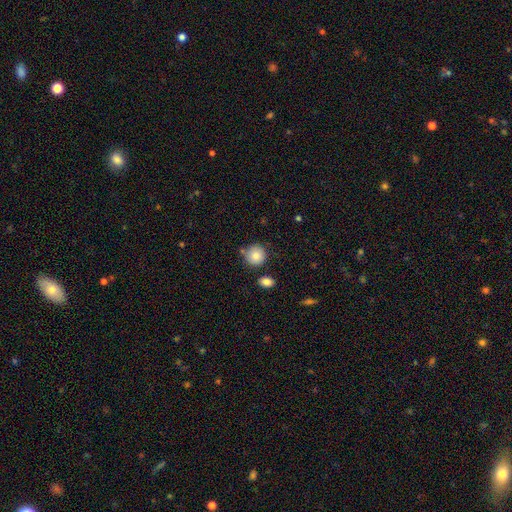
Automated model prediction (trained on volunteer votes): Smooth or featured: smooth — 84% (star or artifact — 8%)
How rounded: round — 90% (in between — 9%)
Merging: none — 74% (minor disturbance — 14%)